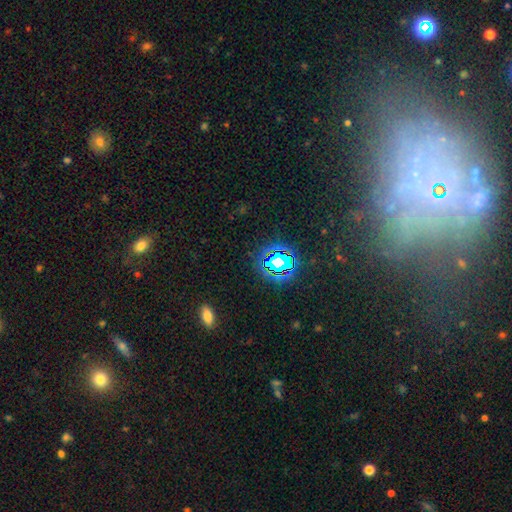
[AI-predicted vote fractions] A featured or disk galaxy (43%).

Vote fractions:
- Smooth or featured? featured or disk: 43% / star or artifact: 36% / smooth: 21%
- Merging? none: 64% / minor disturbance: 16% / major disturbance: 13% / merger: 7%